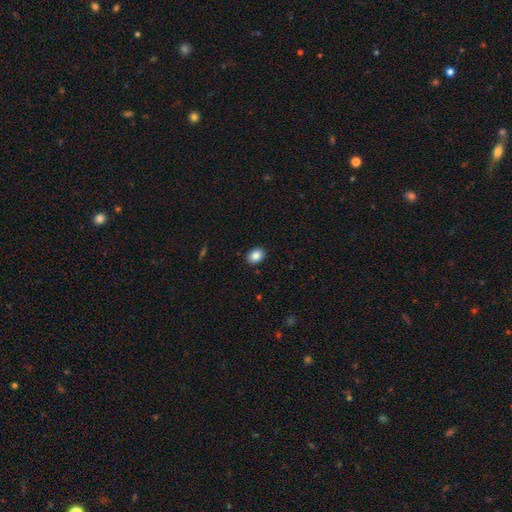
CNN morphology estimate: This is clearly a smooth galaxy (87%). How rounded: likely in between (68%). Merging: clearly none (90%).